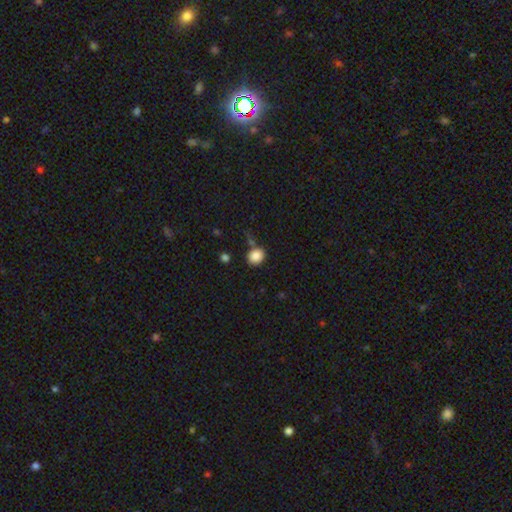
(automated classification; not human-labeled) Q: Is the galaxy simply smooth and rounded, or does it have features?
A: smooth — 86%.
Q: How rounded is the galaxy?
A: round — 64%.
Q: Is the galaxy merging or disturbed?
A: none — 74%.